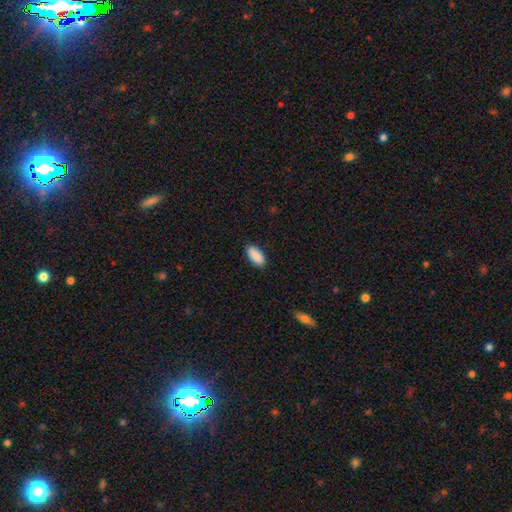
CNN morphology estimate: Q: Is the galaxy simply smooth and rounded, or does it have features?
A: smooth — 91%.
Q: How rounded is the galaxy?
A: in between — 91%.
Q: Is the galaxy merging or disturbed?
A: none — 88%.